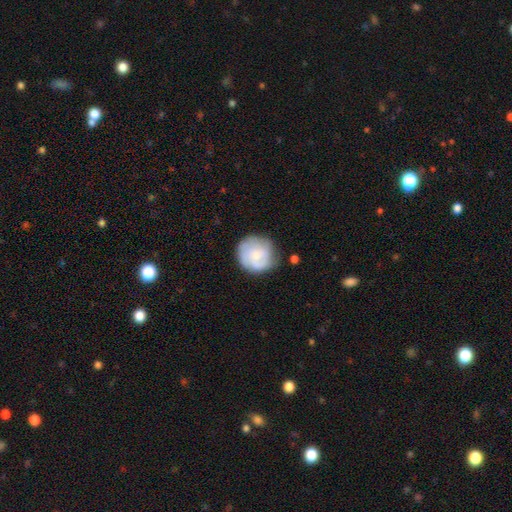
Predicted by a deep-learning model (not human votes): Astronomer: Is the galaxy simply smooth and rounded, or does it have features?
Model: smooth — 58% (runner-up: featured or disk, 35%).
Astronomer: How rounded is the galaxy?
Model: round — 91%.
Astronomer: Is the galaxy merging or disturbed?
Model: none — 66%.